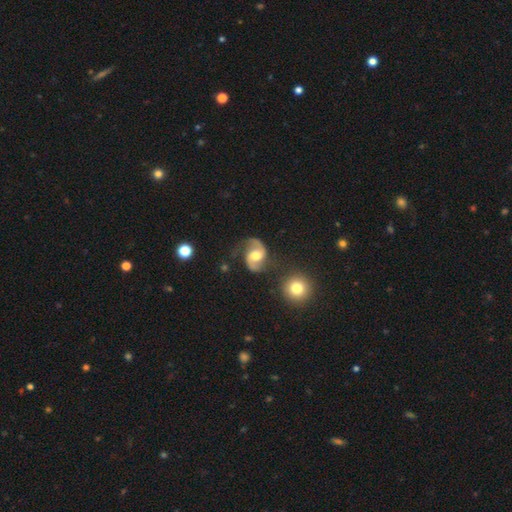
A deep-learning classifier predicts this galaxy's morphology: This appears to be a featured or disk galaxy (86%) with no bar (44%), 2 (93%) medium (49%) spiral arms (96%) and a moderate central bulge (71%). Merging: none (71%).